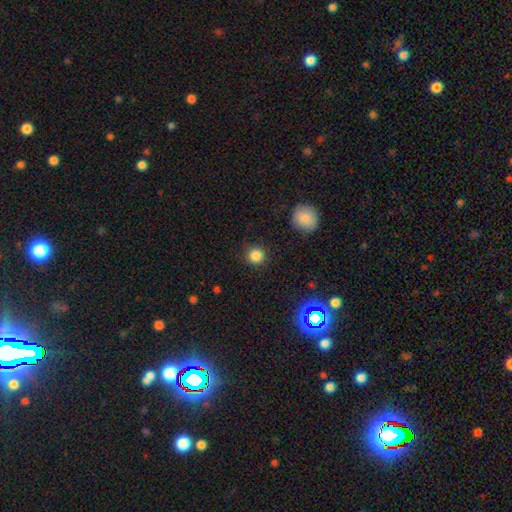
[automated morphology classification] Smooth or featured: smooth — 84% (star or artifact — 13%)
How rounded: round — 94% (in between — 5%)
Merging: none — 89% (minor disturbance — 7%)